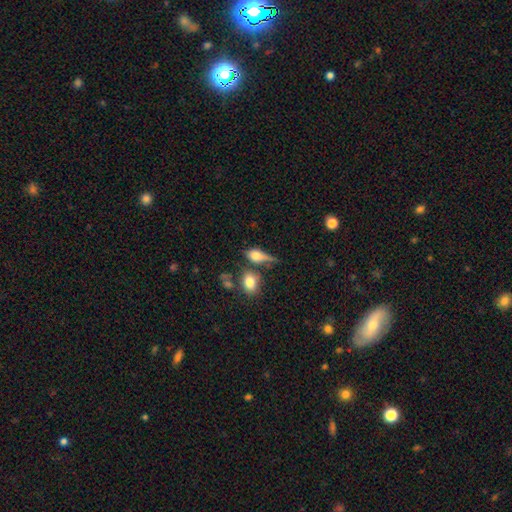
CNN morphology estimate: smooth 67%, featured or disk 23%, star or artifact 10%. Down the decision tree: how rounded — in between (68%); merging — none (39%).